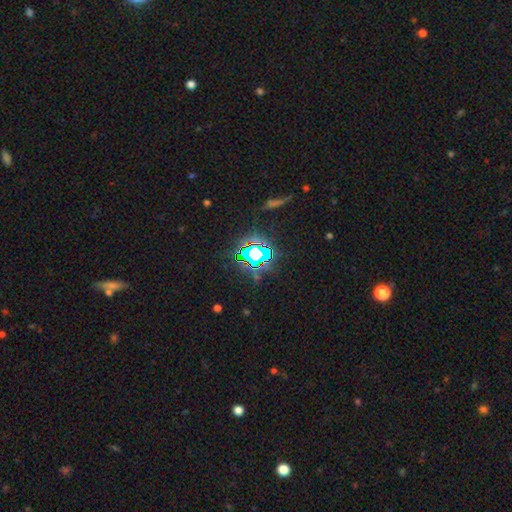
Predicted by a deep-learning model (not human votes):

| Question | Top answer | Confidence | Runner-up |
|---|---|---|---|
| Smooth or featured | star or artifact | 76% | smooth (14%) |